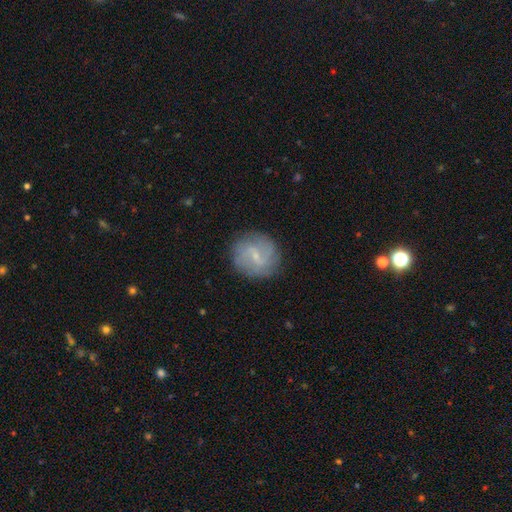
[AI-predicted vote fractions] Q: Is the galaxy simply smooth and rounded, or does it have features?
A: featured or disk — 67%.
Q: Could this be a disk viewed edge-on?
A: no — 97%.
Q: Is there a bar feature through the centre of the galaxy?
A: weak — 61%.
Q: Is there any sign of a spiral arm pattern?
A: yes — 88%.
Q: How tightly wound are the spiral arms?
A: medium — 42%.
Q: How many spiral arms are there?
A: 2 — 57%.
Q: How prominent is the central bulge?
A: small — 74%.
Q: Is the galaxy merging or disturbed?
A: none — 83%.